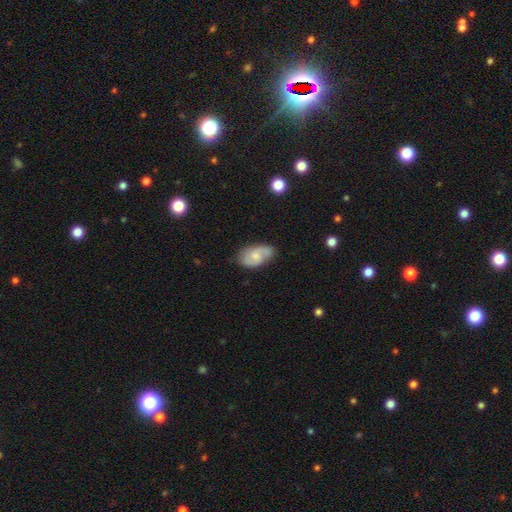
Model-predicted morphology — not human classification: This is possibly a featured or disk galaxy (52%). It is clearly not viewed edge-on (95%). Merging: likely none (65%).